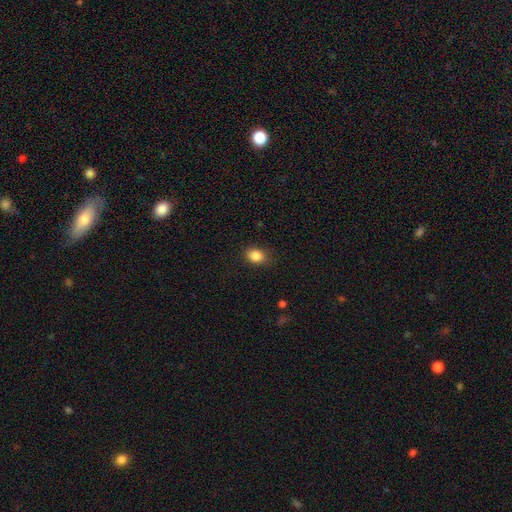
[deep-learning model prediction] smooth-or-featured: smooth: 86% | star or artifact: 9% | featured or disk: 5%
  how-rounded: in between: 63% | round: 36% | cigar-shaped: 1%
  merging: none: 84% | minor disturbance: 12% | major disturbance: 3% | merger: 1%